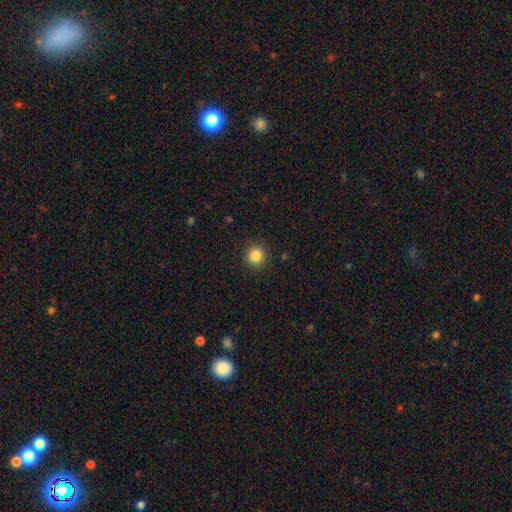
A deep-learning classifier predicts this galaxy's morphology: smooth 84%, star or artifact 11%, featured or disk 5%. Down the decision tree: how rounded — round (94%); merging — none (92%).